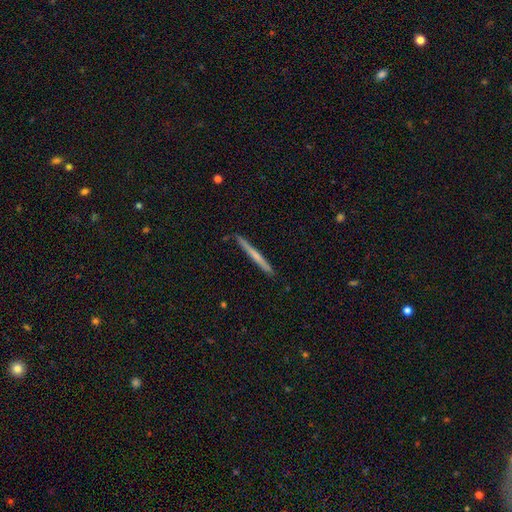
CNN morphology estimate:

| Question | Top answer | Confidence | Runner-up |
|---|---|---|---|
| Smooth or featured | smooth | 47% | tied: featured or disk (47%) |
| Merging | none | 90% | minor disturbance (7%) |